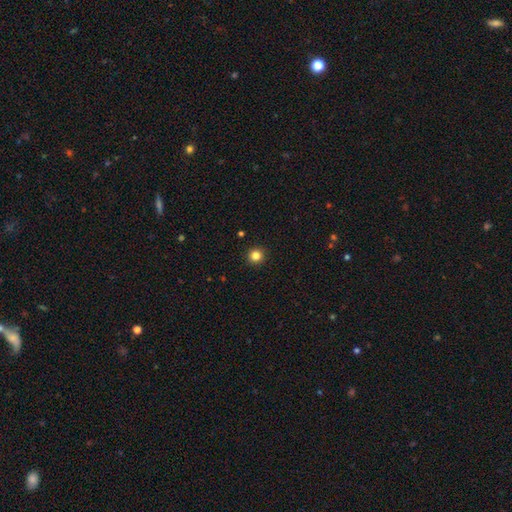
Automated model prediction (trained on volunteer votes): The model was most divided on "smooth or featured": smooth: 83%, star or artifact: 12%, featured or disk: 5%. More confident: how rounded — round (95%); merging — none (93%).